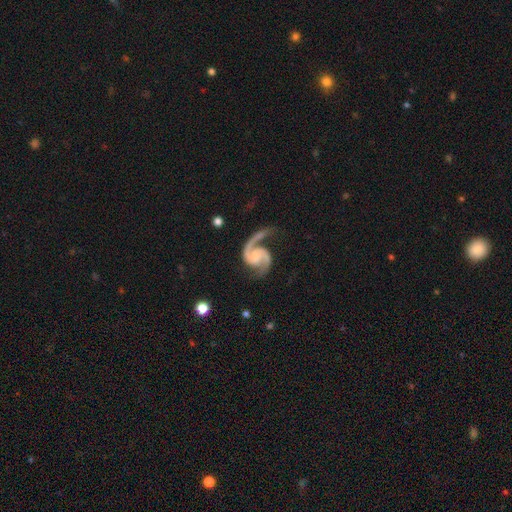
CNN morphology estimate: A featured or disk galaxy (93%) with no bar (60%), 2 (91%) medium (57%) spiral arms (98%) and no central bulge (49%).

Vote fractions:
- Smooth or featured? featured or disk: 93% / star or artifact: 3% / smooth: 3%
- Edge-on disk? no: 99% / yes: 1%
- Bar? no: 60% / weak: 30% / strong: 10%
- Spiral arms? yes: 98% / no: 2%
- Spiral winding? medium: 57% / loose: 24% / tight: 19%
- Spiral arm count? 2: 91% / 1: 4% / can't tell: 1% / 3: 1% / 4: 1% / more than 4: 1%
- Bulge size? none: 49% / small: 30% / moderate: 14% / large: 5% / dominant: 2%
- Merging? none: 66% / minor disturbance: 17% / major disturbance: 14% / merger: 3%